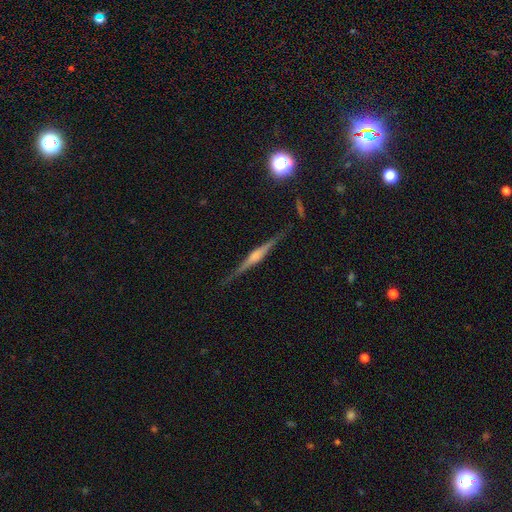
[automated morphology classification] A featured or disk galaxy (77%) viewed edge-on (98%) with a rounded central bulge (70%).

Vote fractions:
- Smooth or featured? featured or disk: 77% / smooth: 17% / star or artifact: 6%
- Edge-on disk? yes: 98% / no: 2%
- Edge-on bulge? rounded: 70% / boxy: 21% / none: 9%
- Merging? none: 86% / minor disturbance: 10% / major disturbance: 2% / merger: 1%